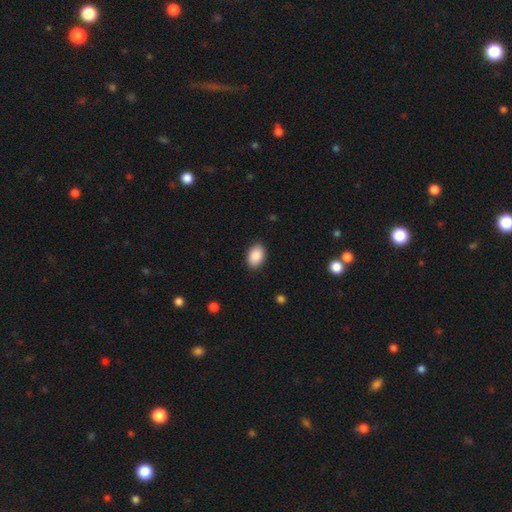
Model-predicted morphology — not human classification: Overall: smooth (89%). How rounded: in between (87%). Merging: none (88%).